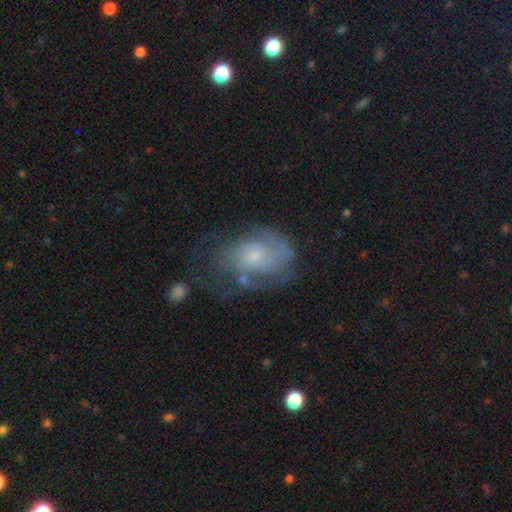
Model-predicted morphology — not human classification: smooth-or-featured: featured or disk: 73% | smooth: 19% | star or artifact: 7%
  disk-edge-on: no: 97% | yes: 3%
    bar: no: 66% | weak: 30% | strong: 4%
    has-spiral-arms: yes: 87% | no: 13%
      spiral-winding: tight: 47% | medium: 39% | loose: 14%
      spiral-arm-count: can't tell: 37% | 2: 36% | 3: 13% | 1: 7% | 4: 4% | more than 4: 3%
    bulge-size: small: 64% | moderate: 27% | none: 6% | large: 3% | dominant: 1%
  merging: none: 47% | minor disturbance: 25% | major disturbance: 23% | merger: 6%